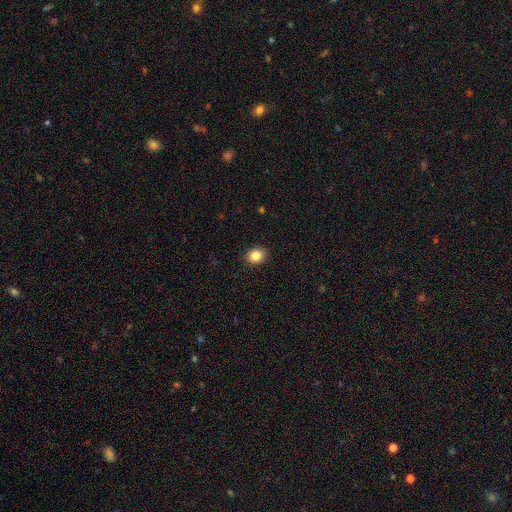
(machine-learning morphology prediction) type=smooth (86%); roundness=round (59%); merging=none (91%).